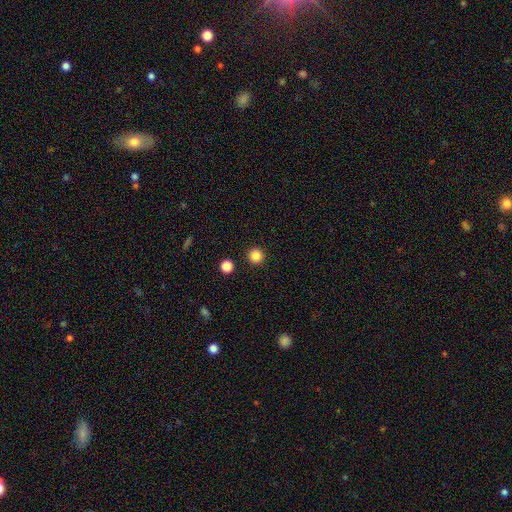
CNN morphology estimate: Smooth or featured? smooth (85%)
How rounded? round (96%)
Merging? none (92%)